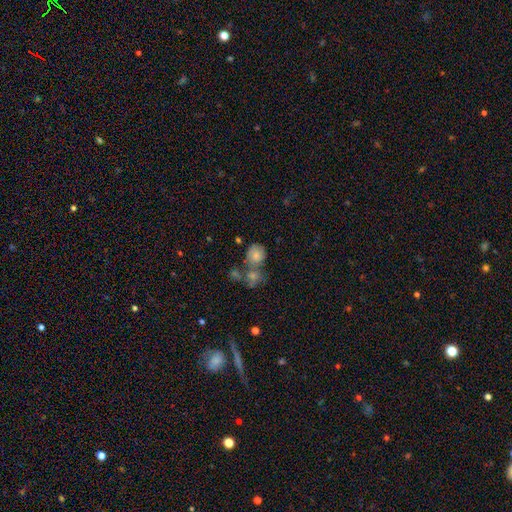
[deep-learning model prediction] This is likely a smooth galaxy (74%). How rounded: likely round (76%). Merging: marginally none (43%).